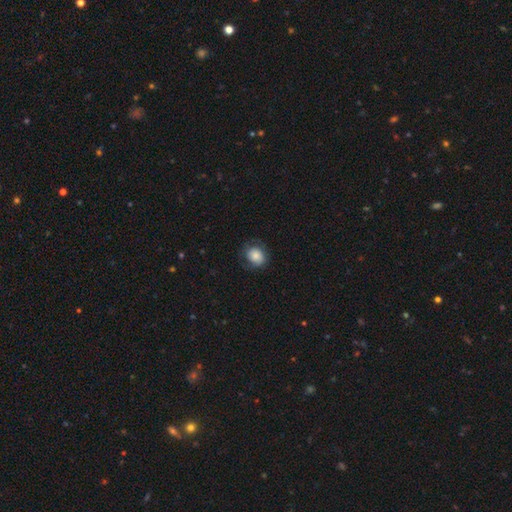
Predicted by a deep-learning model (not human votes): Smooth or featured? Predicted: smooth (p=0.84). How rounded? Predicted: round (p=0.59). Merging? Predicted: none (p=0.74).